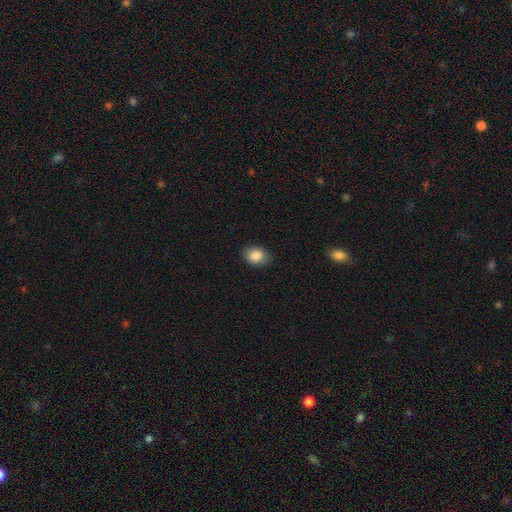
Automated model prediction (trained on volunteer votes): Smooth or featured: smooth — 86% (star or artifact — 8%)
How rounded: in between — 66% (round — 33%)
Merging: none — 85% (minor disturbance — 12%)